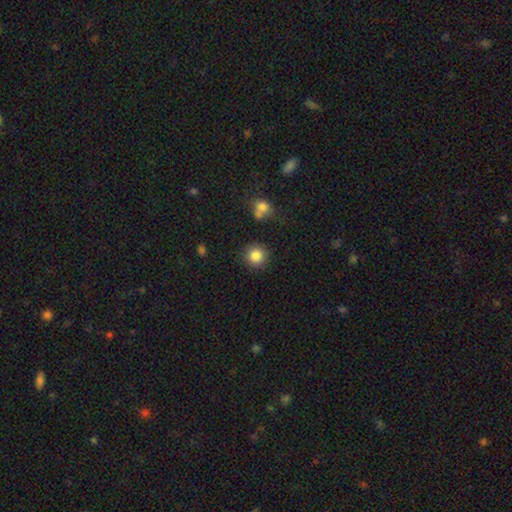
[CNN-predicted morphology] type=smooth (85%); roundness=round (93%); merging=none (87%).